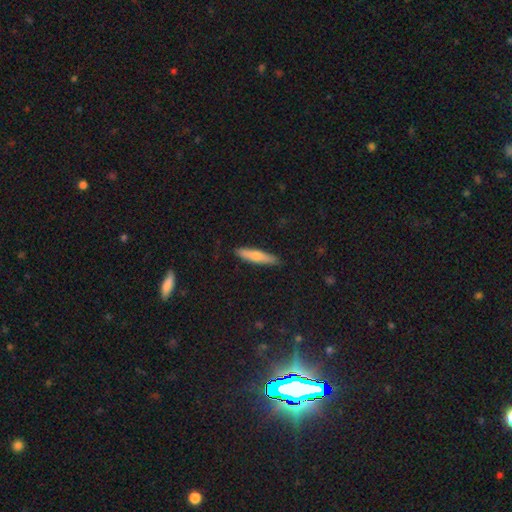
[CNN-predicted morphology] smooth_or_featured: smooth (p=0.69) [alt: featured or disk p=0.25]
how_rounded: cigar-shaped (p=0.83) [alt: in between p=0.16]
merging: none (p=0.87) [alt: minor disturbance p=0.10]